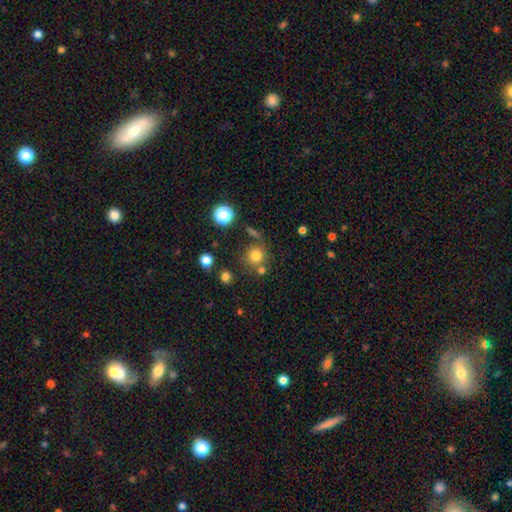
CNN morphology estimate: Q: Smooth or featured?
A: smooth (77%); runner-up: star or artifact (15%)
Q: How rounded?
A: round (92%); runner-up: in between (7%)
Q: Merging?
A: none (74%); runner-up: merger (13%)